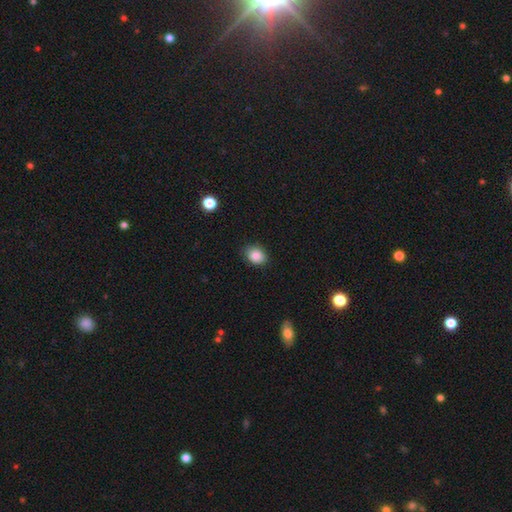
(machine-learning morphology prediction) A smooth galaxy with no disk features (86%) that is in between round and cigar-shaped (57%). Merging: none (84%).